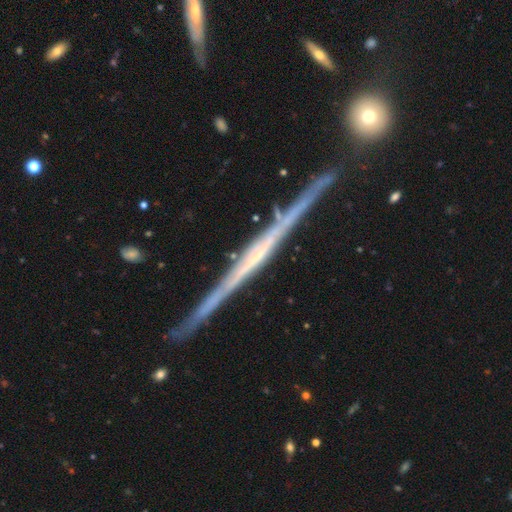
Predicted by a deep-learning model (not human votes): The model was most divided on "edge-on bulge": none: 67%, rounded: 18%, boxy: 16%. More confident: edge-on disk — yes (98%); merging — none (85%); smooth or featured — featured or disk (81%).